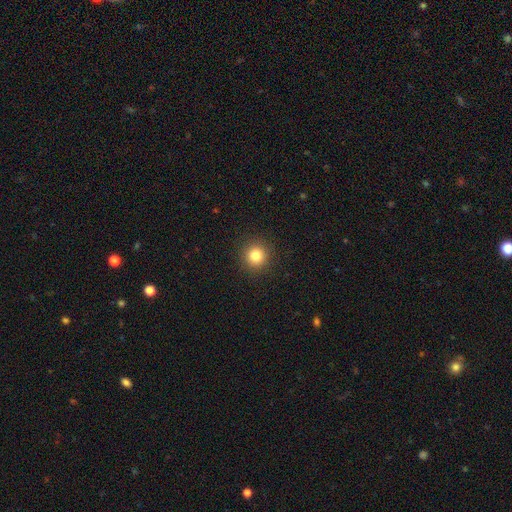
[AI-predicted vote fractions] The model was most divided on "smooth or featured": smooth: 82%, star or artifact: 12%, featured or disk: 6%. More confident: how rounded — round (94%); merging — none (92%).